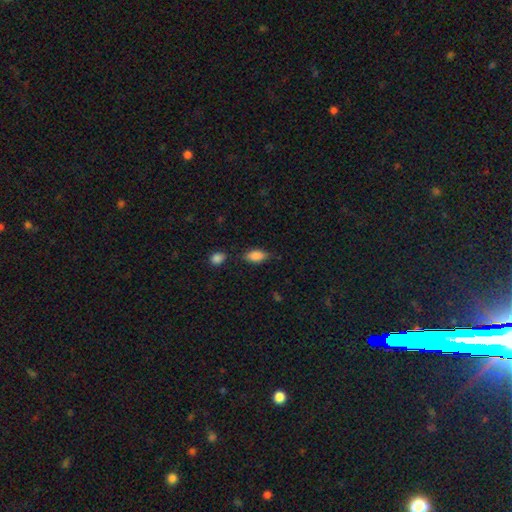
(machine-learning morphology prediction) Smooth or featured?
  - smooth: 84% *
  - featured or disk: 9%
  - star or artifact: 8%
How rounded?
  - in between: 88% *
  - cigar-shaped: 8%
  - round: 5%
Merging?
  - none: 71% *
  - minor disturbance: 19%
  - major disturbance: 5%
  - merger: 4%